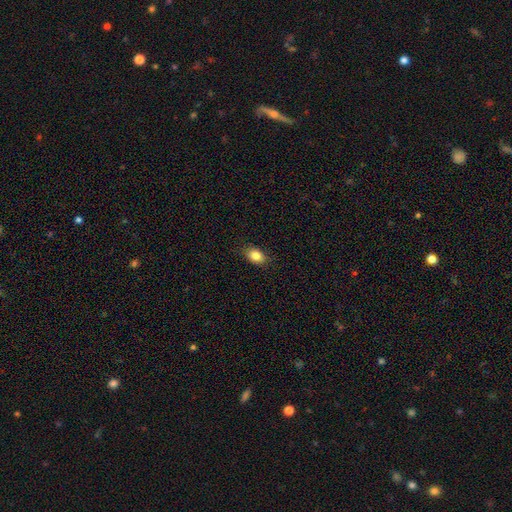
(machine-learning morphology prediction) This is clearly a smooth galaxy (85%). How rounded: likely in between (79%). Merging: clearly none (86%).